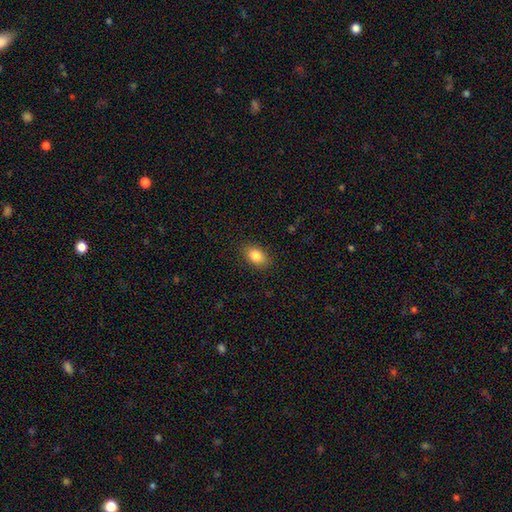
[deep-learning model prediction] smooth_or_featured: smooth (p=0.86) [alt: star or artifact p=0.08]
how_rounded: in between (p=0.86) [alt: round p=0.13]
merging: none (p=0.87) [alt: minor disturbance p=0.10]